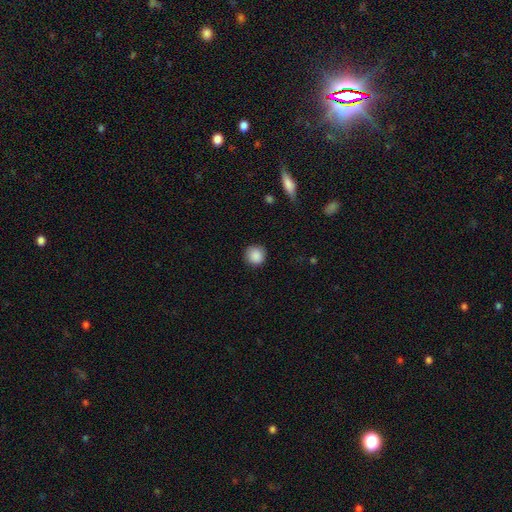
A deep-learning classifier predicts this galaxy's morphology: Smooth or featured? Predicted: smooth (p=0.88). How rounded? Predicted: round (p=0.94). Merging? Predicted: none (p=0.89).